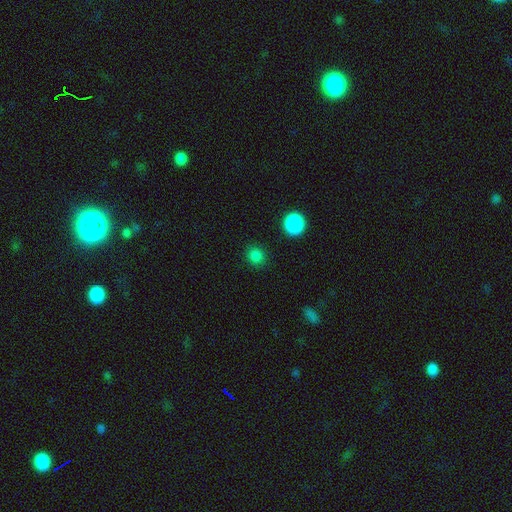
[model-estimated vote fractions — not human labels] Morphology: type=smooth (83%); roundness=round (88%); merging=none (89%).